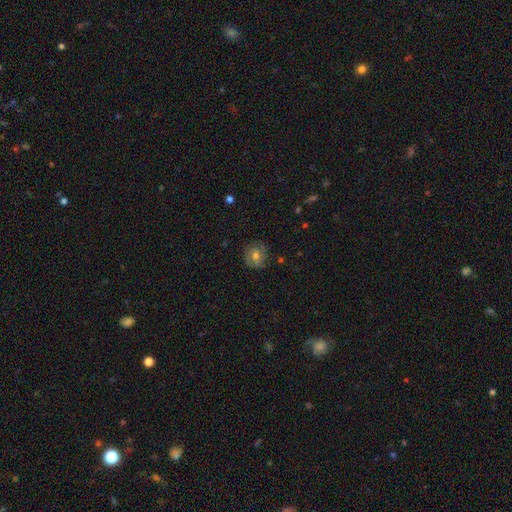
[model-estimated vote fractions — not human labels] smooth_or_featured: smooth (p=0.57) [alt: featured or disk p=0.31]
how_rounded: round (p=0.80) [alt: in between p=0.19]
merging: none (p=0.79) [alt: minor disturbance p=0.15]